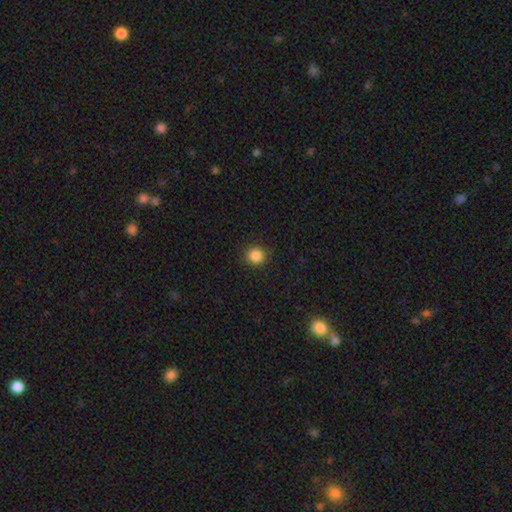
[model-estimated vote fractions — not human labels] smooth_or_featured: smooth (p=0.86) [alt: star or artifact p=0.11]
how_rounded: round (p=0.89) [alt: in between p=0.10]
merging: none (p=0.90) [alt: minor disturbance p=0.07]